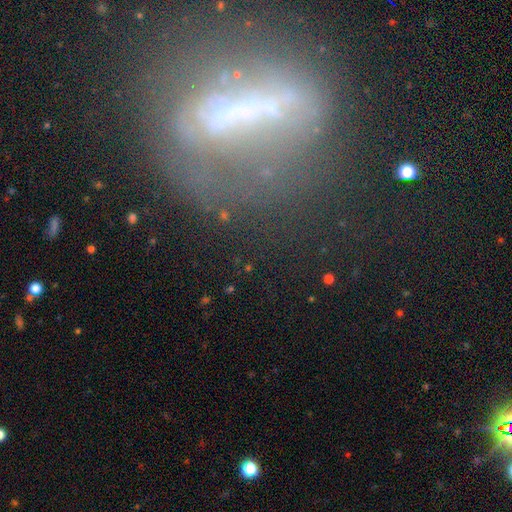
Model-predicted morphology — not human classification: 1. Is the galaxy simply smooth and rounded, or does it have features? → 55% featured or disk, 23% smooth, 22% star or artifact.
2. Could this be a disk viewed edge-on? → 67% no, 33% yes.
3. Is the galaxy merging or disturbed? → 50% none, 26% major disturbance, 18% minor disturbance, 6% merger.